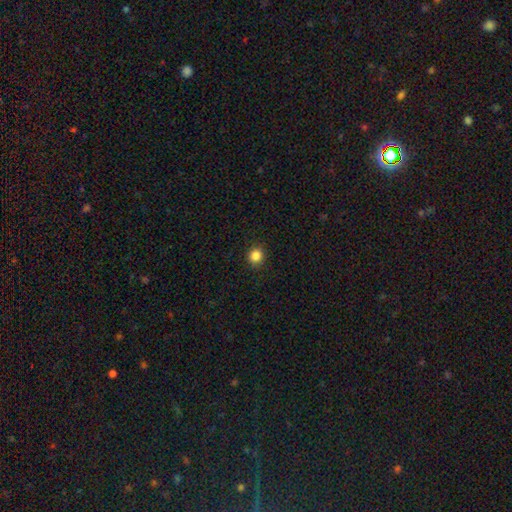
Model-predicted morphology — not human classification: This is clearly a smooth galaxy (85%). How rounded: clearly round (89%). Merging: clearly none (91%).